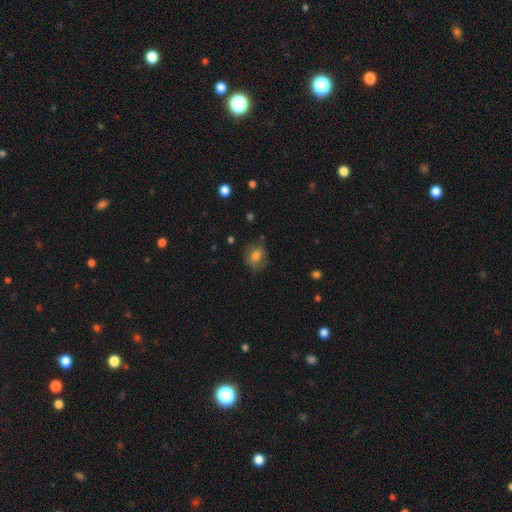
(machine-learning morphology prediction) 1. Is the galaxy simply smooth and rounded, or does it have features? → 70% smooth, 21% featured or disk, 9% star or artifact.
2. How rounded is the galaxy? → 62% round, 37% in between, 1% cigar-shaped.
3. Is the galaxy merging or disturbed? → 73% none, 19% minor disturbance, 7% major disturbance, 2% merger.